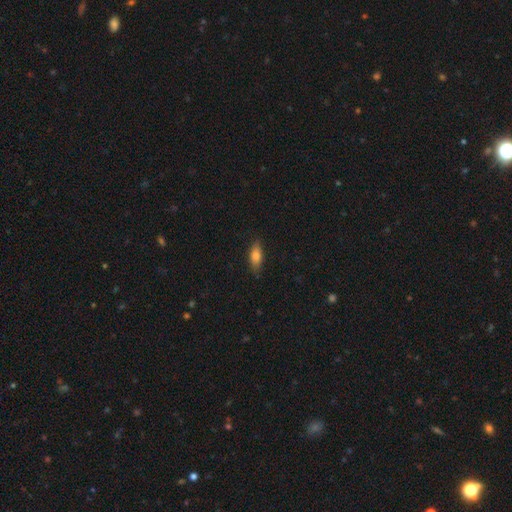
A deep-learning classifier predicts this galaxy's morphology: Overall: smooth (79%). How rounded: in between (76%). Merging: none (82%).